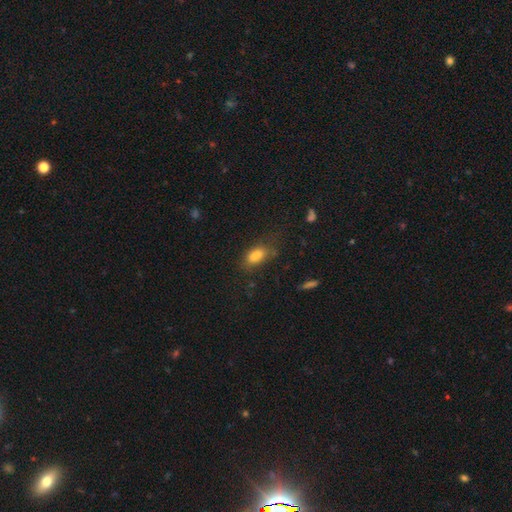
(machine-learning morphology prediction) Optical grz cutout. It shows a smooth galaxy with no disk features (80%) that is in between round and cigar-shaped (85%). Merging: none (65%).